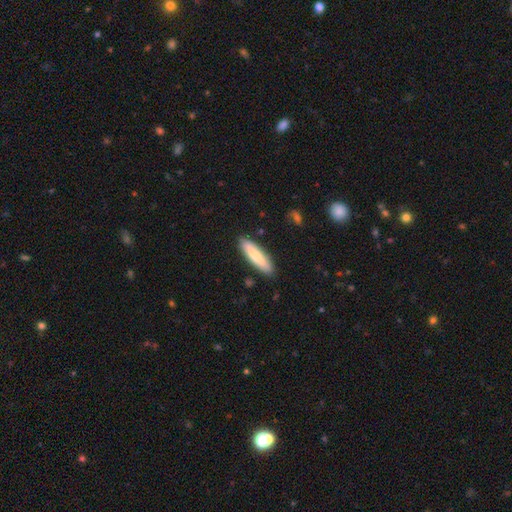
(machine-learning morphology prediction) type=smooth (74%); roundness=cigar-shaped (72%); merging=none (88%).